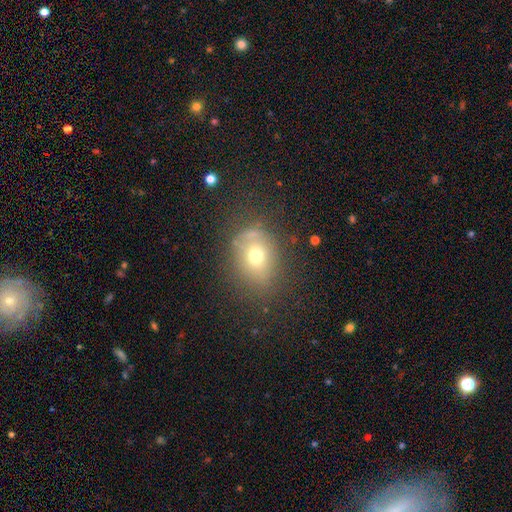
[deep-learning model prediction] Smooth or featured? Predicted: smooth (p=0.65). How rounded? Predicted: in between (p=0.55). Merging? Predicted: none (p=0.62).